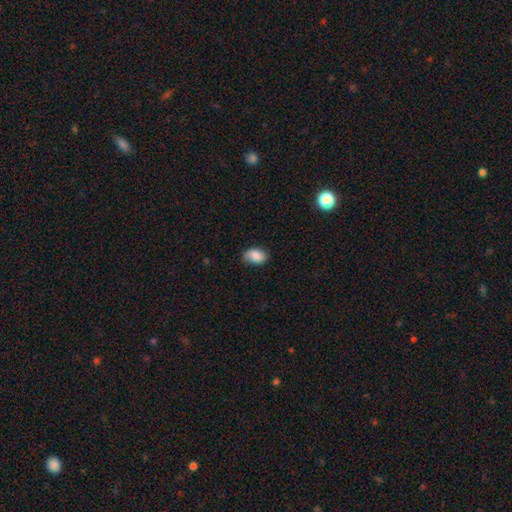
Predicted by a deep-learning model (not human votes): smooth_or_featured: smooth (p=0.83) [alt: featured or disk p=0.09]
how_rounded: in between (p=0.84) [alt: round p=0.15]
merging: none (p=0.76) [alt: minor disturbance p=0.20]